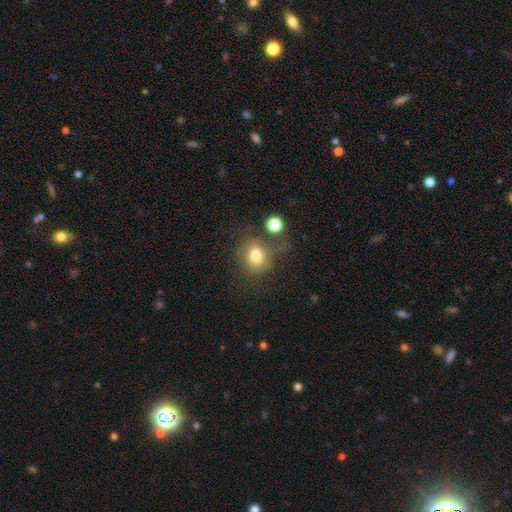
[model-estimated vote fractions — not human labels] A smooth galaxy with no disk features (77%) that is round (72%). Merging: none (55%).